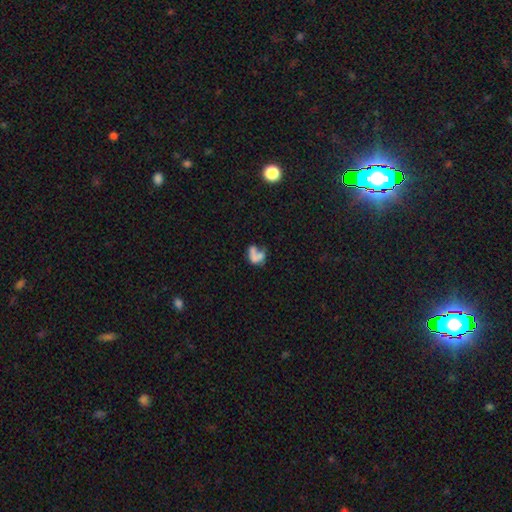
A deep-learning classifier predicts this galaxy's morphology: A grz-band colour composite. It shows a smooth galaxy with no disk features (52%) that is in between round and cigar-shaped (73%). Merging: merger (33%).